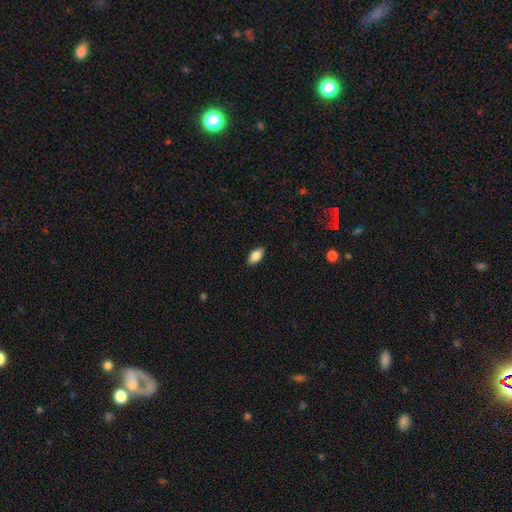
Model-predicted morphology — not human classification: This is clearly a smooth galaxy (84%). How rounded: clearly in between (91%). Merging: clearly none (88%).